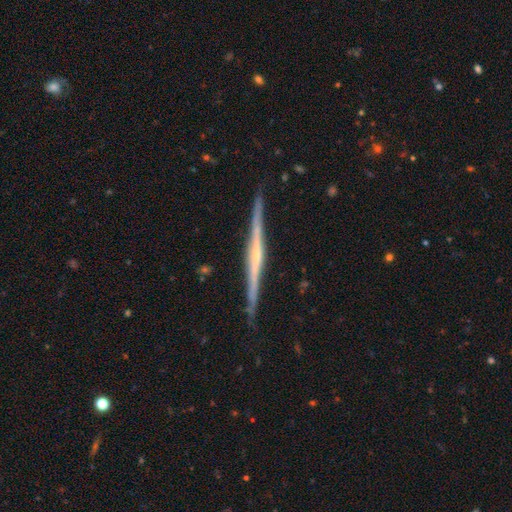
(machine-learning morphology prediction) featured or disk 80%, smooth 15%, star or artifact 5%. Down the decision tree: edge-on disk — yes (98%); edge-on bulge — none (49%); merging — none (89%).